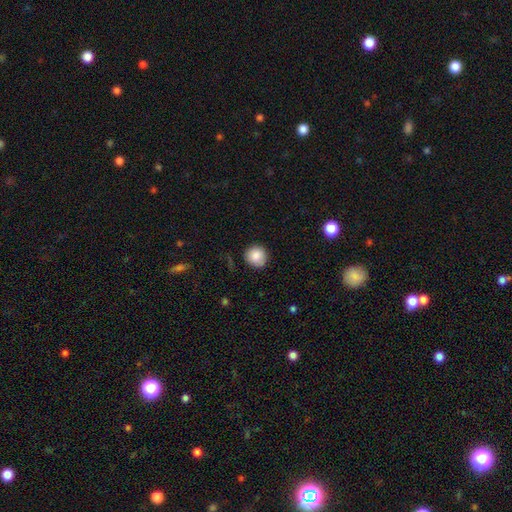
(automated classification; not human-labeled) This is clearly a smooth galaxy (86%). How rounded: clearly round (90%). Merging: clearly none (83%).